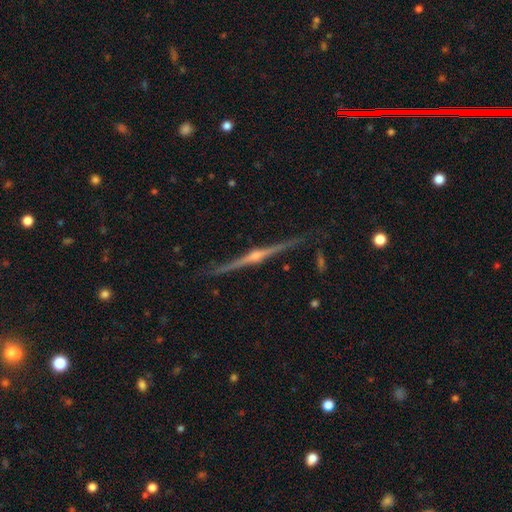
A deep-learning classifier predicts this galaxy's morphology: The model was most divided on "merging": none: 88%, minor disturbance: 9%, major disturbance: 2%, merger: 1%. More confident: edge-on disk — yes (99%); edge-on bulge — rounded (91%); smooth or featured — featured or disk (88%).